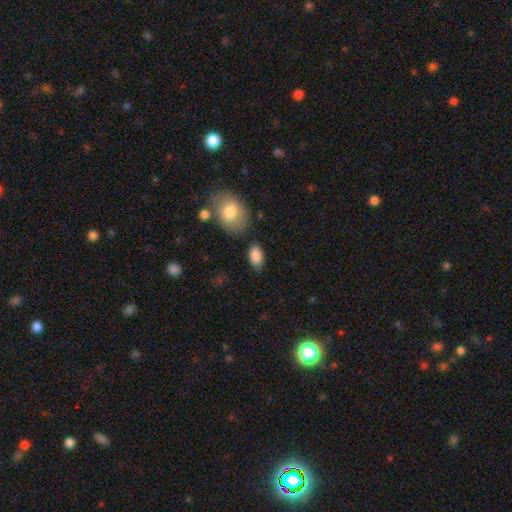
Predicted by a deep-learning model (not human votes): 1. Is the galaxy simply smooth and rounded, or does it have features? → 87% smooth, 7% star or artifact, 6% featured or disk.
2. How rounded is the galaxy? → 92% in between, 6% round, 2% cigar-shaped.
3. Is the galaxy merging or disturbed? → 77% none, 15% minor disturbance, 4% merger, 4% major disturbance.